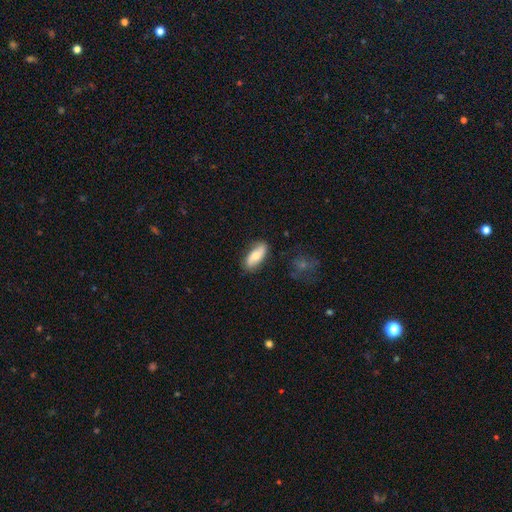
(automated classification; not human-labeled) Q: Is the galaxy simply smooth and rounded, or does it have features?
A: smooth — 62%.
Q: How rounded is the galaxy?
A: in between — 81%.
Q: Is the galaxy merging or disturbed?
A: none — 82%.